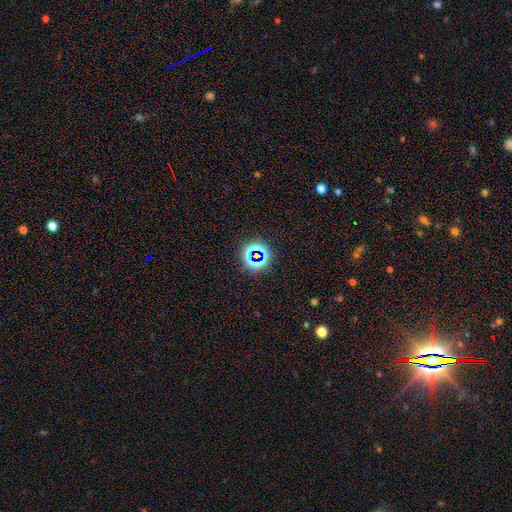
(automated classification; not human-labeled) Overall: star or artifact (70%).